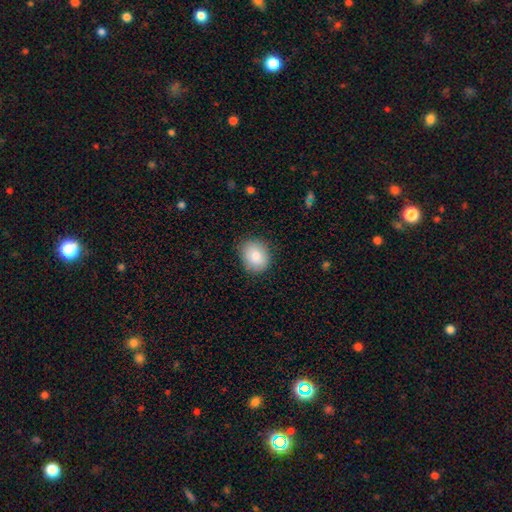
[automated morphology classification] Smooth or featured?
  - smooth: 81% *
  - featured or disk: 11%
  - star or artifact: 8%
How rounded?
  - round: 62% *
  - in between: 37%
  - cigar-shaped: 1%
Merging?
  - none: 83% *
  - minor disturbance: 13%
  - major disturbance: 3%
  - merger: 1%